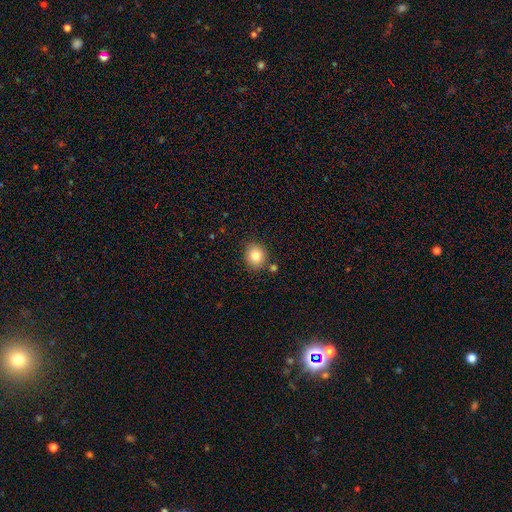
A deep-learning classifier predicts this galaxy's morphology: smooth 82%, star or artifact 10%, featured or disk 8%. Down the decision tree: how rounded — round (79%); merging — none (81%).